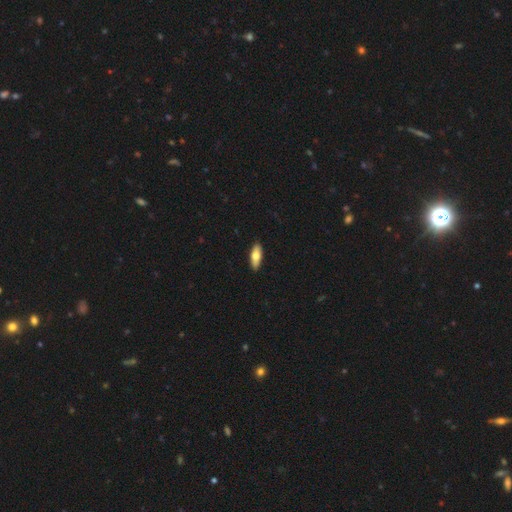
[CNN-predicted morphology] smooth_or_featured: smooth (p=0.68) [alt: featured or disk p=0.27]
how_rounded: in between (p=0.69) [alt: cigar-shaped p=0.28]
merging: none (p=0.90) [alt: minor disturbance p=0.08]